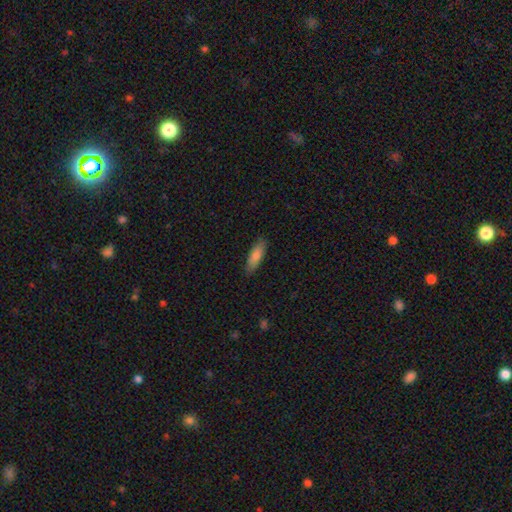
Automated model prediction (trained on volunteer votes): smooth 80%, featured or disk 14%, star or artifact 6%. Down the decision tree: how rounded — in between (56%); merging — none (85%).